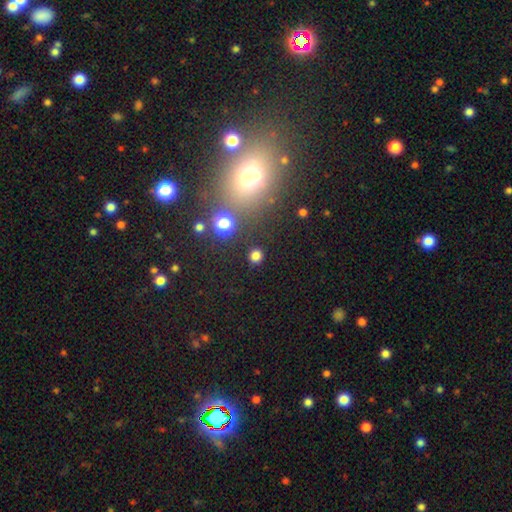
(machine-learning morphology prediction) A smooth galaxy with no disk features (78%) that is round (89%). Merging: none (89%).